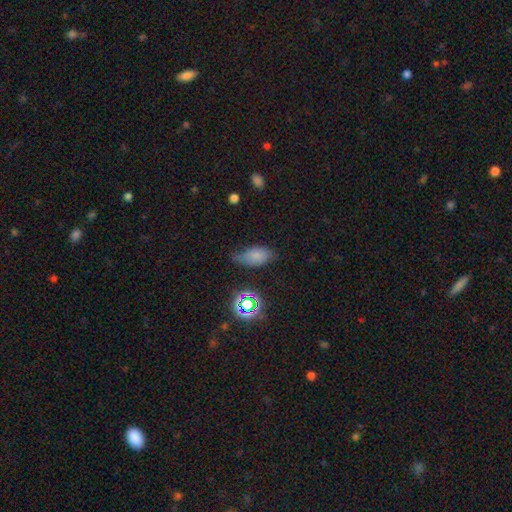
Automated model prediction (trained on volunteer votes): smooth-or-featured: smooth: 71% | star or artifact: 17% | featured or disk: 12%
  how-rounded: in between: 89% | round: 7% | cigar-shaped: 5%
  merging: none: 52% | minor disturbance: 36% | major disturbance: 10% | merger: 3%